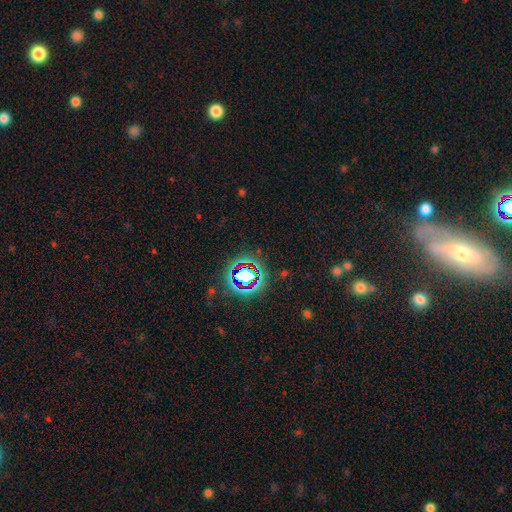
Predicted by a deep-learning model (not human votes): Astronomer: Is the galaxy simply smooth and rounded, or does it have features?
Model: star or artifact — 50% (runner-up: smooth, 28%).